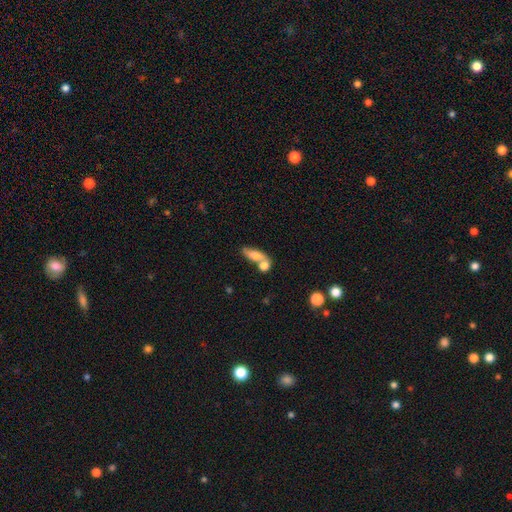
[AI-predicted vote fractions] This appears to be a smooth galaxy with no disk features (65%) that is in between round and cigar-shaped (65%). Merging: merger (40%, tied with none).